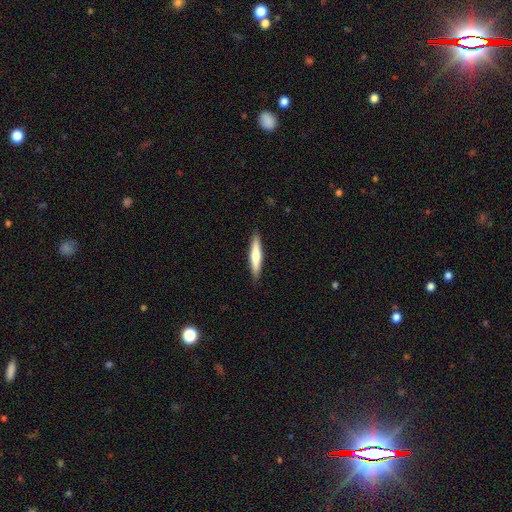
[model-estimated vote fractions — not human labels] This appears to be a smooth galaxy with no disk features (59%) that is cigar-shaped (90%). Merging: none (90%).